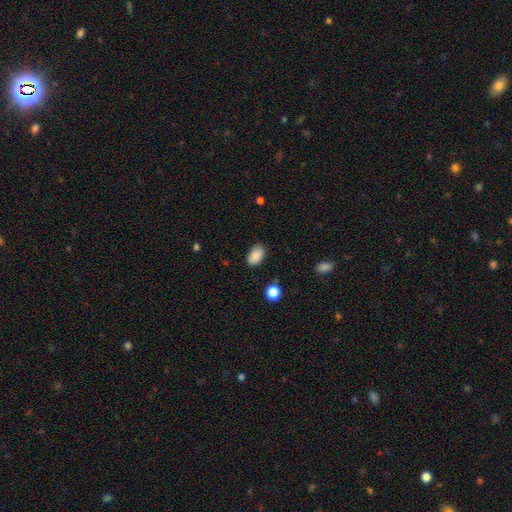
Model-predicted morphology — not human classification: Smooth or featured: smooth — 88% (star or artifact — 8%)
How rounded: in between — 91% (round — 8%)
Merging: none — 85% (minor disturbance — 11%)